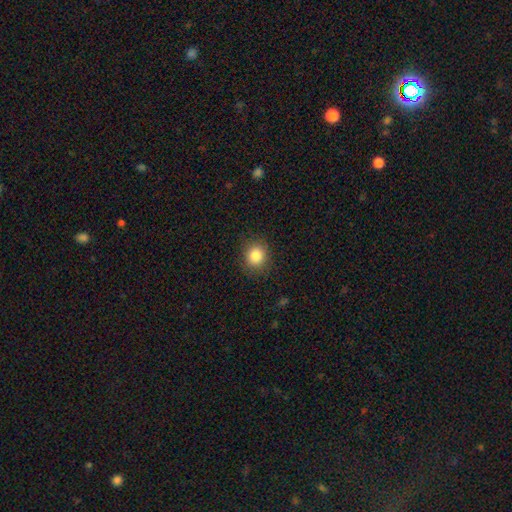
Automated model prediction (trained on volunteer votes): Smooth or featured? Predicted: smooth (p=0.85). How rounded? Predicted: round (p=0.79). Merging? Predicted: none (p=0.87).